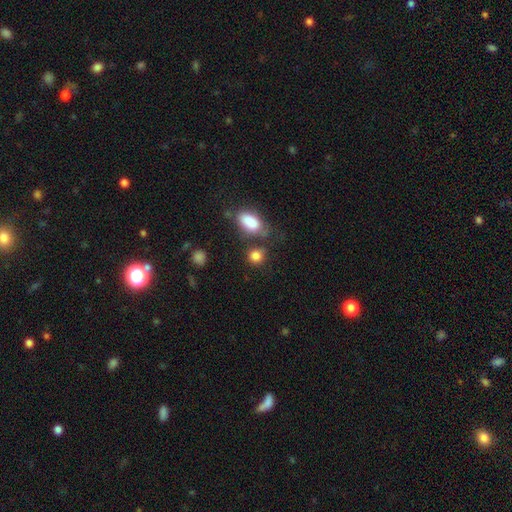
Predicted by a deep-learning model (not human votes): The model was most divided on "how rounded": round: 70%, in between: 28%, cigar-shaped: 2%. More confident: smooth or featured — smooth (84%); merging — none (64%).